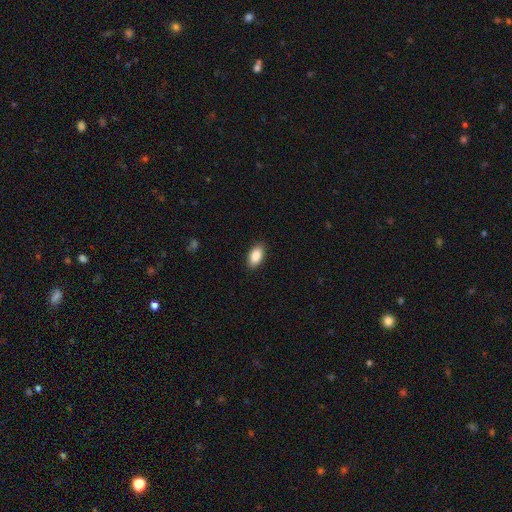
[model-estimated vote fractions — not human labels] Smooth or featured: smooth — 88% (star or artifact — 7%)
How rounded: in between — 93% (round — 4%)
Merging: none — 89% (minor disturbance — 8%)